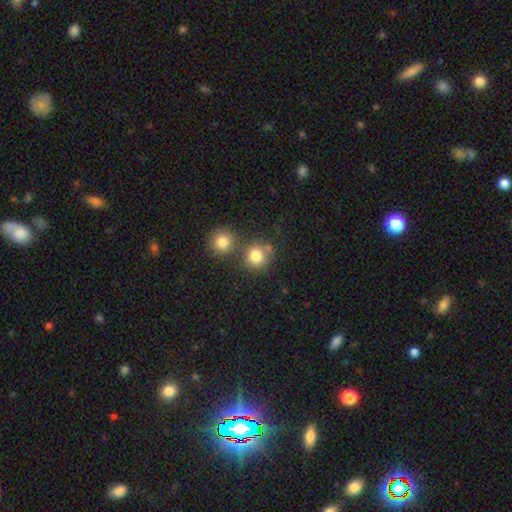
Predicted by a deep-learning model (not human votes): Smooth or featured? Predicted: smooth (p=0.81). How rounded? Predicted: round (p=0.90). Merging? Predicted: none (p=0.61).